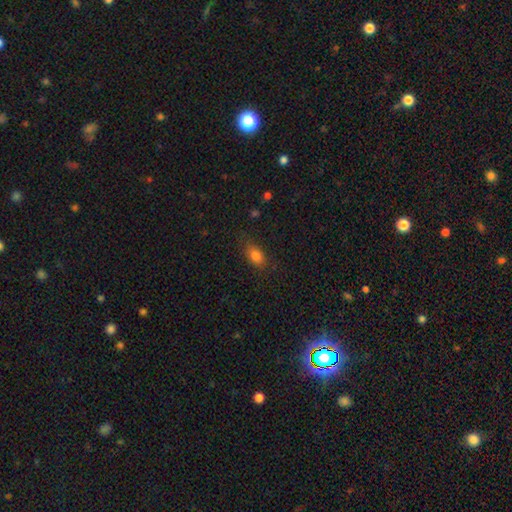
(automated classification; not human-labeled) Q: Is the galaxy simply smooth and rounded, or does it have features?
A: smooth — 82%.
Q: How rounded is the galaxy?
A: in between — 79%.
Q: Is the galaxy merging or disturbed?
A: none — 79%.